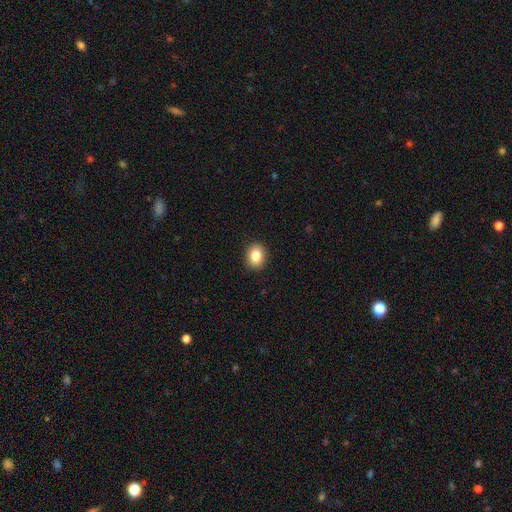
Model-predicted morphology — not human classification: A smooth galaxy with no disk features (84%) that is round (56%).

Vote fractions:
- Smooth or featured? smooth: 84% / star or artifact: 9% / featured or disk: 7%
- How rounded? round: 56% / in between: 43% / cigar-shaped: 1%
- Merging? none: 91% / minor disturbance: 6% / major disturbance: 2% / merger: 1%